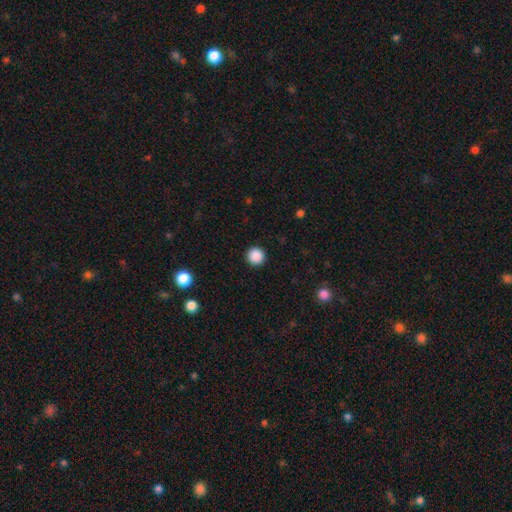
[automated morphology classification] Smooth or featured? smooth (88%)
How rounded? round (96%)
Merging? none (93%)